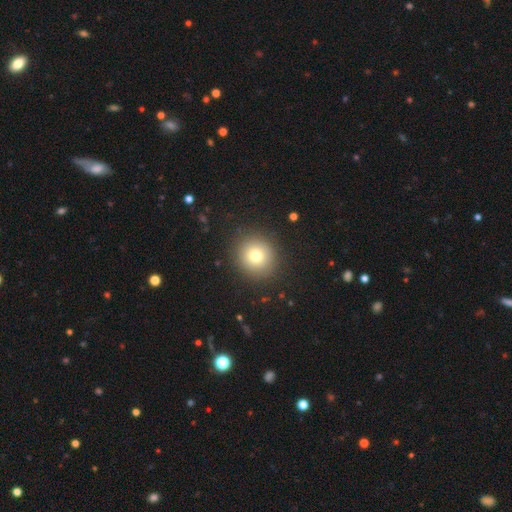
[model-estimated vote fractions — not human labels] Smooth or featured: smooth — 76% (star or artifact — 13%)
How rounded: round — 92% (in between — 7%)
Merging: none — 89% (minor disturbance — 7%)